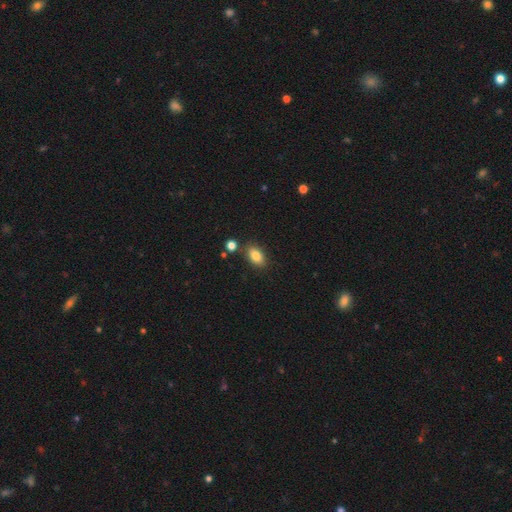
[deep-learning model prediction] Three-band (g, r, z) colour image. It shows a smooth galaxy with no disk features (85%) that is in between round and cigar-shaped (89%). Merging: none (81%).